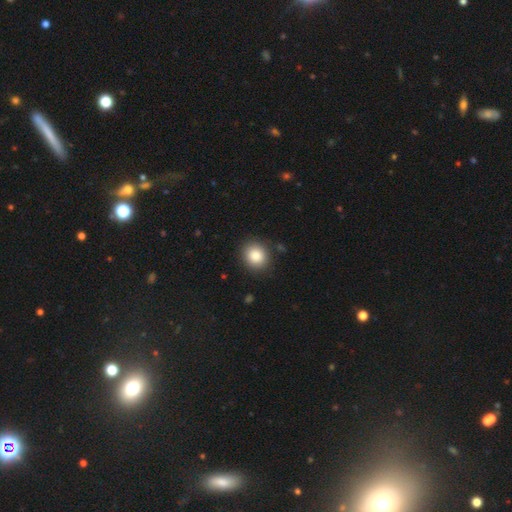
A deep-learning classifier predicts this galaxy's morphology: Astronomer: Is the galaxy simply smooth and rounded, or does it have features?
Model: smooth — 85%.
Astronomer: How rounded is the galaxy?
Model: round — 78%.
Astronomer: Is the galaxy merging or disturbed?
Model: none — 88%.